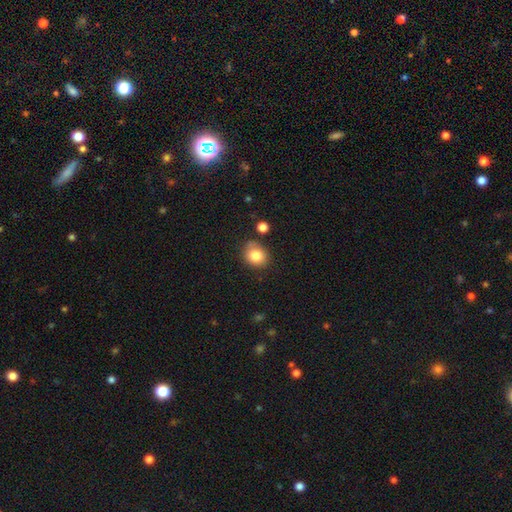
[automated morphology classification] Smooth or featured?
  - smooth: 83% *
  - star or artifact: 10%
  - featured or disk: 8%
How rounded?
  - round: 66% *
  - in between: 33%
  - cigar-shaped: 1%
Merging?
  - none: 71% *
  - minor disturbance: 18%
  - merger: 6%
  - major disturbance: 4%